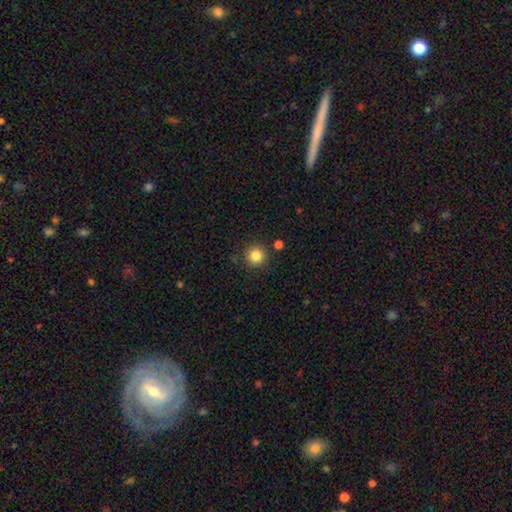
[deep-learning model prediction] Morphology: type=smooth (84%); roundness=round (95%); merging=none (89%).